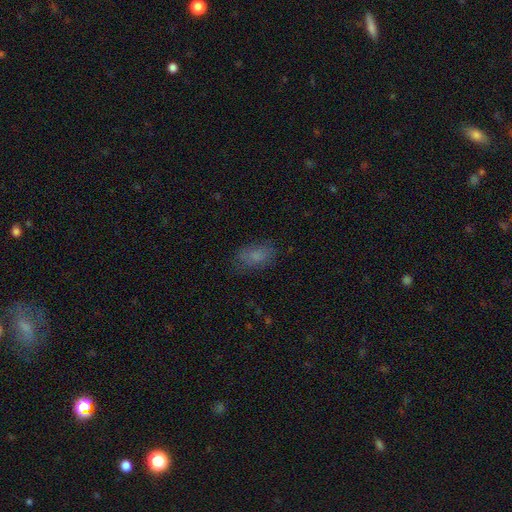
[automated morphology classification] Smooth or featured?
  - smooth: 76% *
  - featured or disk: 12%
  - star or artifact: 12%
How rounded?
  - in between: 89% *
  - round: 8%
  - cigar-shaped: 3%
Merging?
  - none: 73% *
  - minor disturbance: 18%
  - major disturbance: 7%
  - merger: 1%